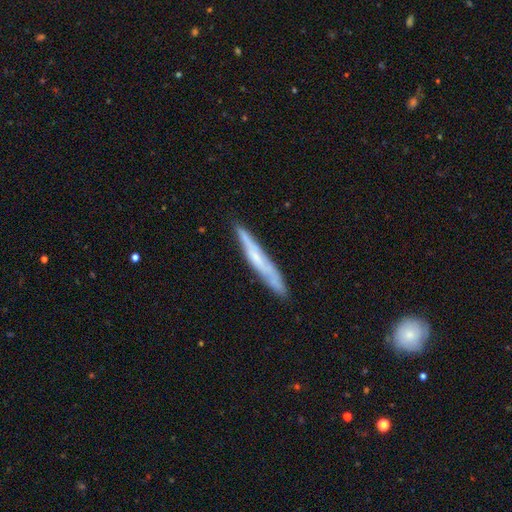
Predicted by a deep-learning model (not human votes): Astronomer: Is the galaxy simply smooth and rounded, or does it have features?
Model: featured or disk — 53% (runner-up: smooth, 41%).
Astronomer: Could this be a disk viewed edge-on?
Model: yes — 86%.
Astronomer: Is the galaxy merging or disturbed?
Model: none — 81%.